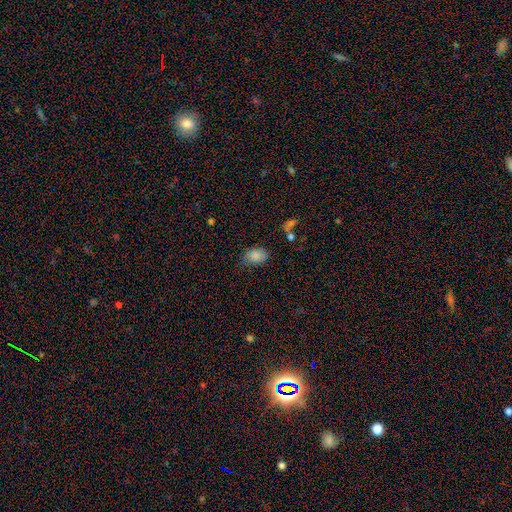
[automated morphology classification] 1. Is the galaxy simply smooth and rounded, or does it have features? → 84% smooth, 9% star or artifact, 7% featured or disk.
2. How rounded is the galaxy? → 77% in between, 22% round, 1% cigar-shaped.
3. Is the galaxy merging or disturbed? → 61% none, 29% minor disturbance, 7% major disturbance, 3% merger.